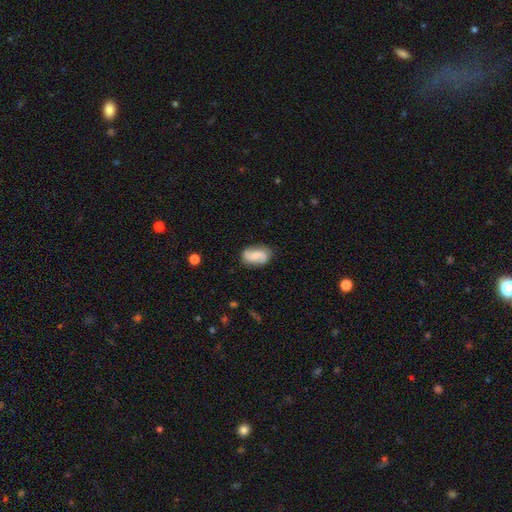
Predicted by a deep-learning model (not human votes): Smooth or featured: featured or disk — 55% (smooth — 38%)
Edge-on disk: no — 97% (yes — 3%)
Bar: no — 46% (weak — 40%)
Spiral arms: yes — 91% (no — 9%)
Bulge size: small — 39% (moderate — 29%)
Merging: none — 78% (minor disturbance — 17%)